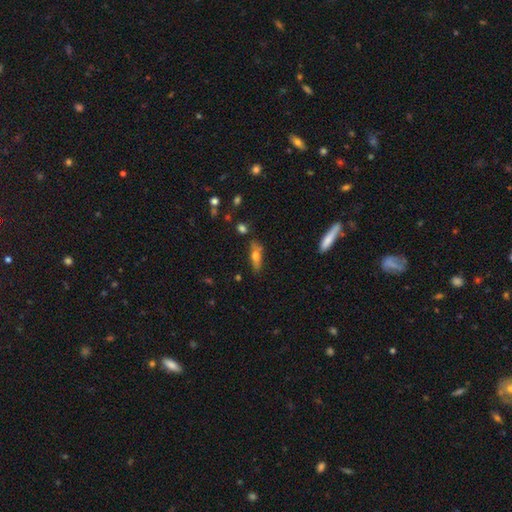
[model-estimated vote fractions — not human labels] A smooth galaxy with no disk features (60%) that is cigar-shaped (51%).

Vote fractions:
- Smooth or featured? smooth: 60% / featured or disk: 31% / star or artifact: 9%
- How rounded? cigar-shaped: 51% / in between: 46% / round: 3%
- Merging? none: 68% / minor disturbance: 20% / merger: 6% / major disturbance: 6%